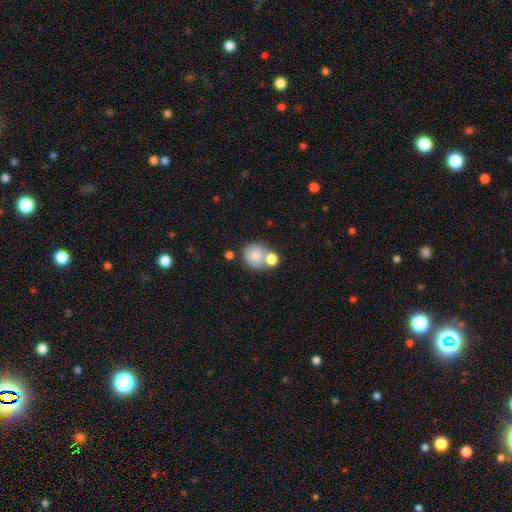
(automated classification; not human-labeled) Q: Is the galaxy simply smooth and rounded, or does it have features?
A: smooth — 79%.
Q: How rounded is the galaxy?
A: round — 71%.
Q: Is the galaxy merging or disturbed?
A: none — 44%.